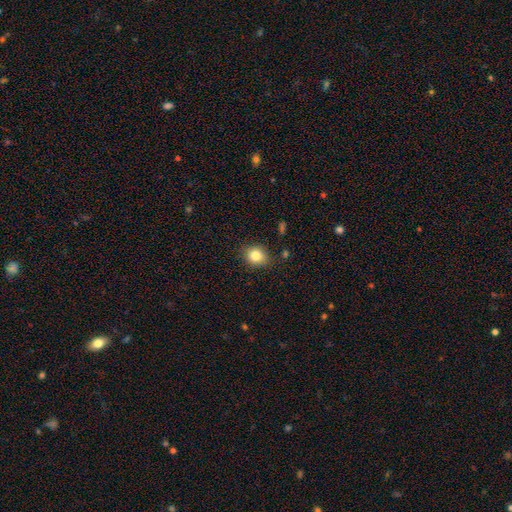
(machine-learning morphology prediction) Smooth or featured? Predicted: smooth (p=0.82). How rounded? Predicted: round (p=0.69). Merging? Predicted: none (p=0.84).